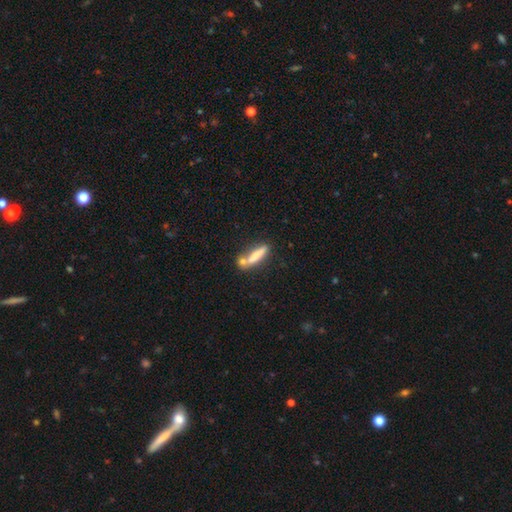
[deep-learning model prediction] smooth 71%, featured or disk 22%, star or artifact 7%. Down the decision tree: how rounded — cigar-shaped (83%); merging — none (55%).